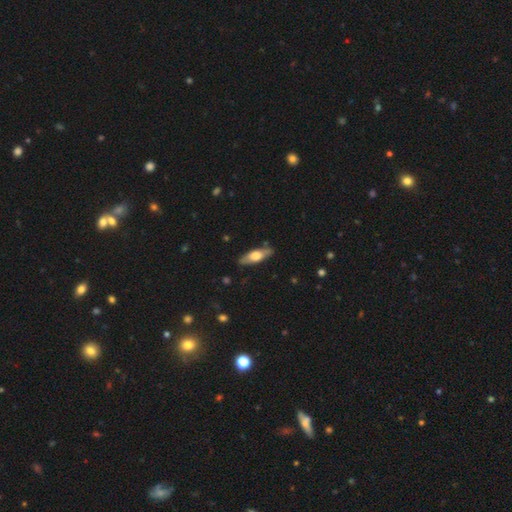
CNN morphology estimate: Smooth or featured?
  - smooth: 52% *
  - featured or disk: 42%
  - star or artifact: 5%
How rounded?
  - in between: 54% *
  - cigar-shaped: 43%
  - round: 3%
Merging?
  - none: 85% *
  - minor disturbance: 12%
  - major disturbance: 2%
  - merger: 1%